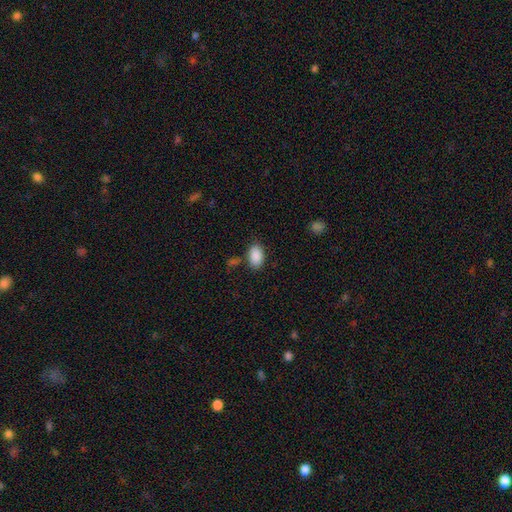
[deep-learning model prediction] Smooth or featured? Predicted: smooth (p=0.90). How rounded? Predicted: in between (p=0.91). Merging? Predicted: none (p=0.79).